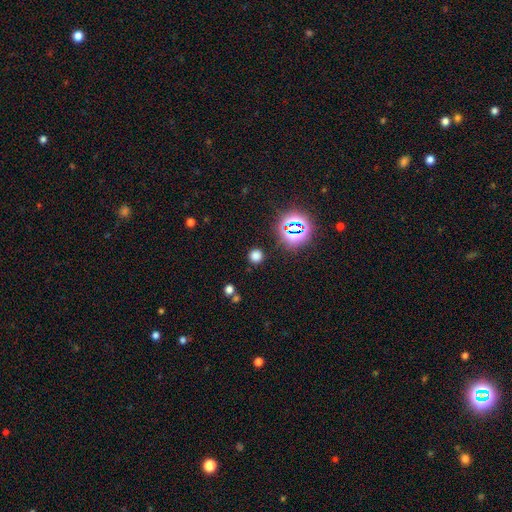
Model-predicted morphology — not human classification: Smooth or featured? smooth (68%)
How rounded? round (91%)
Merging? none (88%)